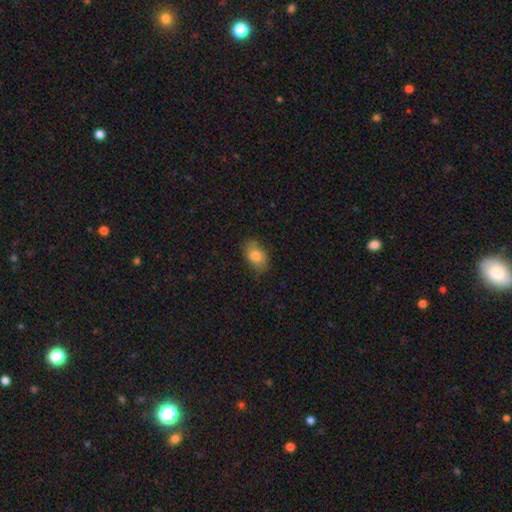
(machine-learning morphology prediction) smooth-or-featured: smooth: 79% | featured or disk: 13% | star or artifact: 8%
  how-rounded: in between: 82% | round: 17% | cigar-shaped: 1%
  merging: none: 73% | minor disturbance: 21% | major disturbance: 5% | merger: 1%